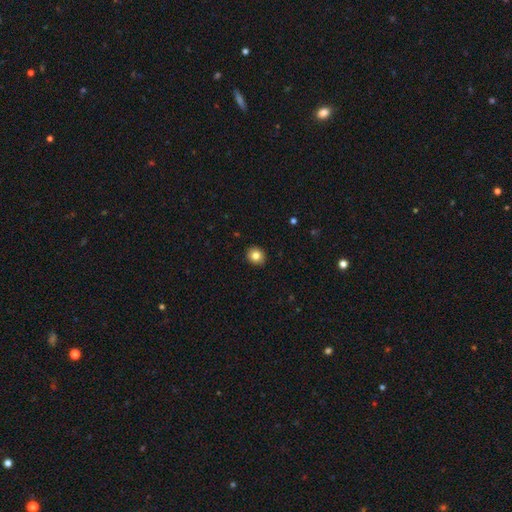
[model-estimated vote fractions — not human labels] smooth_or_featured: smooth (p=0.82) [alt: star or artifact p=0.10]
how_rounded: round (p=0.79) [alt: in between p=0.20]
merging: none (p=0.92) [alt: minor disturbance p=0.06]